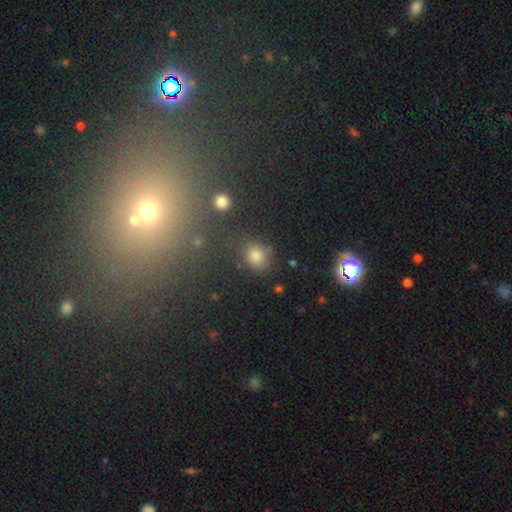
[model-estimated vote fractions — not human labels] smooth-or-featured: smooth: 71% | star or artifact: 21% | featured or disk: 8%
  how-rounded: round: 63% | in between: 36% | cigar-shaped: 1%
  merging: none: 79% | minor disturbance: 12% | merger: 5% | major disturbance: 4%